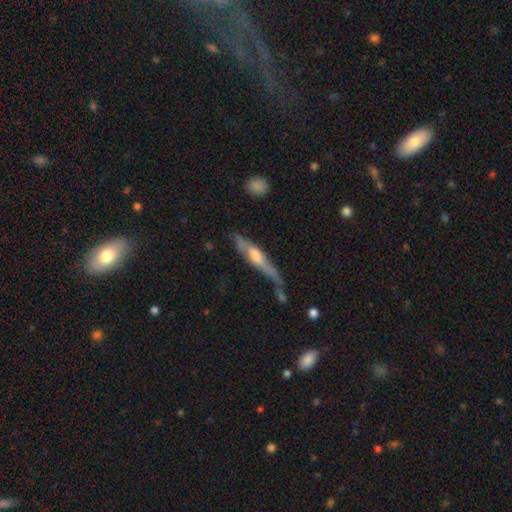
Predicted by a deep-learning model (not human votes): A featured or disk galaxy (59%) viewed edge-on (79%). Merging: none (40%).